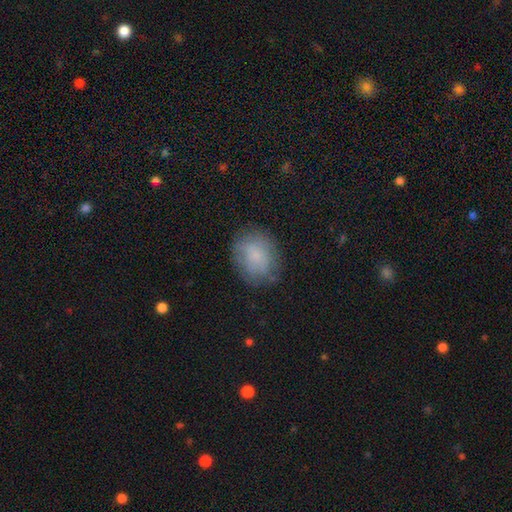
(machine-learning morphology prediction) A smooth galaxy with no disk features (72%) that is round (51%). Merging: none (73%).